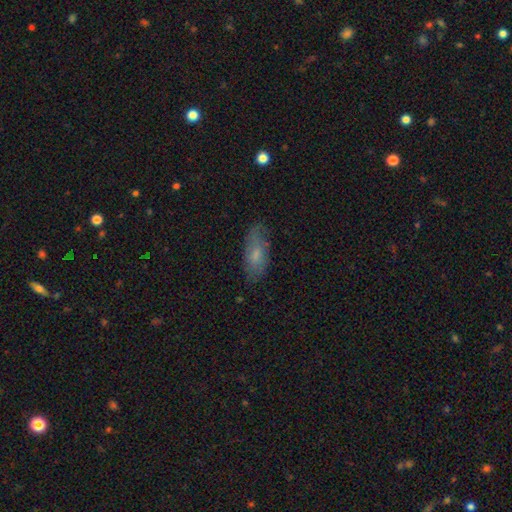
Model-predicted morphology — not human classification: Q: Smooth or featured?
A: smooth (57%); runner-up: featured or disk (34%)
Q: How rounded?
A: in between (78%); runner-up: cigar-shaped (19%)
Q: Merging?
A: none (72%); runner-up: minor disturbance (21%)